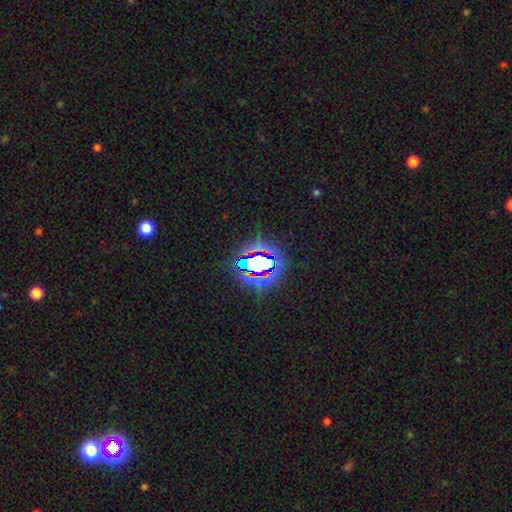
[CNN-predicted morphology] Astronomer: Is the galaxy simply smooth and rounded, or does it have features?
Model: star or artifact — 82%.